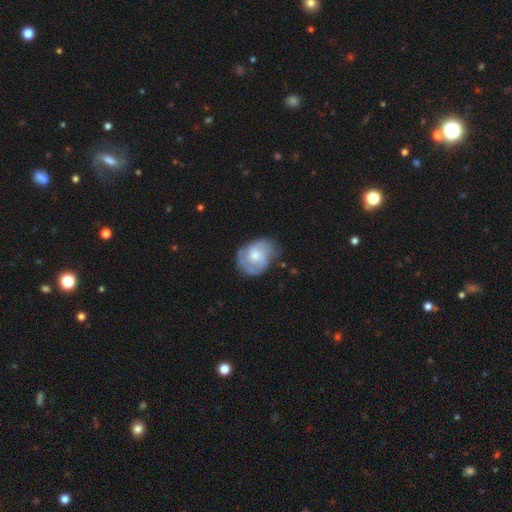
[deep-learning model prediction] A featured or disk galaxy (61%) with no bar (72%), spiral arms (79%) and a moderate central bulge (50%).

Vote fractions:
- Smooth or featured? featured or disk: 61% / smooth: 33% / star or artifact: 6%
- Edge-on disk? no: 97% / yes: 3%
- Bar? no: 72% / weak: 24% / strong: 3%
- Spiral arms? yes: 79% / no: 21%
- Bulge size? moderate: 50% / small: 37% / large: 7% / none: 4% / dominant: 1%
- Merging? none: 61% / minor disturbance: 26% / major disturbance: 11% / merger: 2%